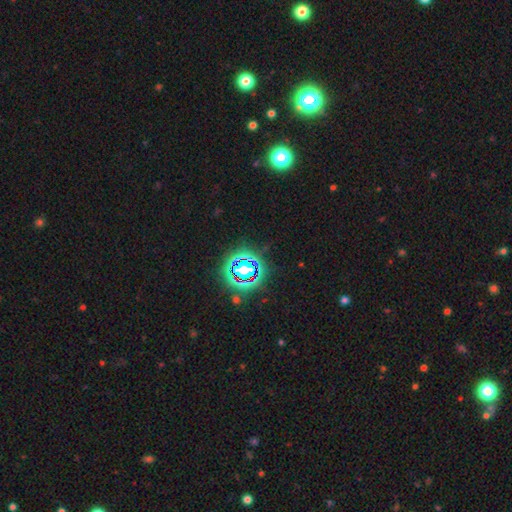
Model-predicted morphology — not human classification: This appears to be a star or artifact, not a galaxy (80%).